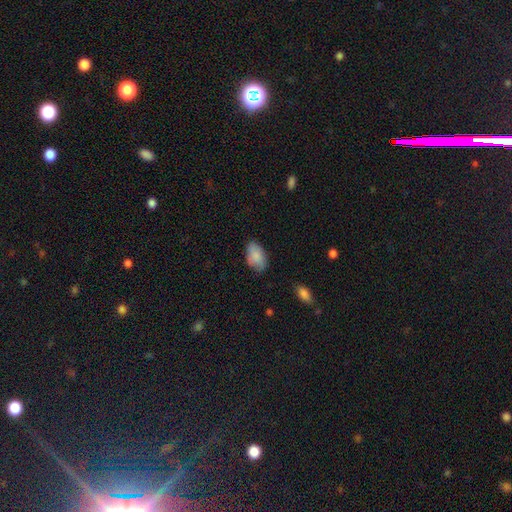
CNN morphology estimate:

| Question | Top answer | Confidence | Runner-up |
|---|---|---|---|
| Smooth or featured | smooth | 85% | featured or disk (8%) |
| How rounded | in between | 92% | round (6%) |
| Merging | none | 70% | minor disturbance (24%) |